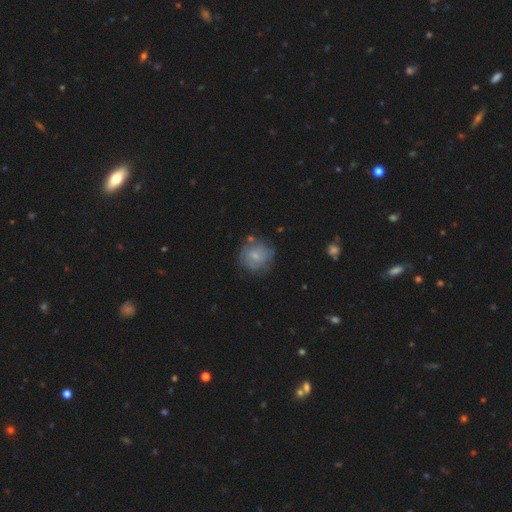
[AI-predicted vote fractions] This appears to be a smooth galaxy with no disk features (49%). Merging: none (66%).